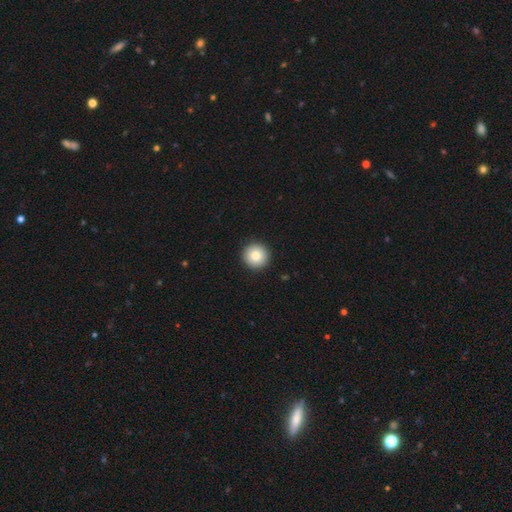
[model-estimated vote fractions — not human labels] Overall: smooth (85%). How rounded: round (96%). Merging: none (93%).